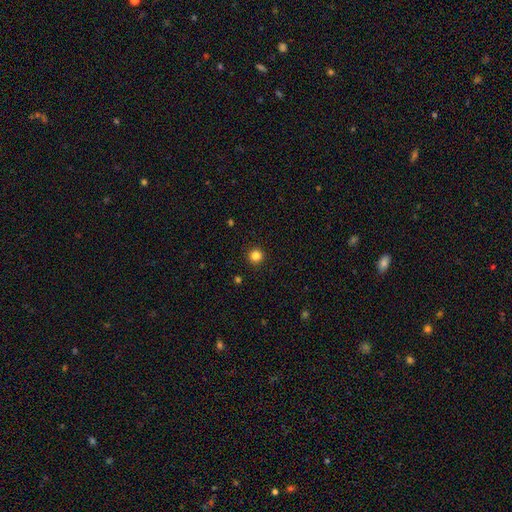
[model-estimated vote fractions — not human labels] Smooth or featured?
  - smooth: 84% *
  - star or artifact: 12%
  - featured or disk: 4%
How rounded?
  - round: 96% *
  - in between: 3%
  - cigar-shaped: 1%
Merging?
  - none: 93% *
  - minor disturbance: 4%
  - major disturbance: 2%
  - merger: 1%